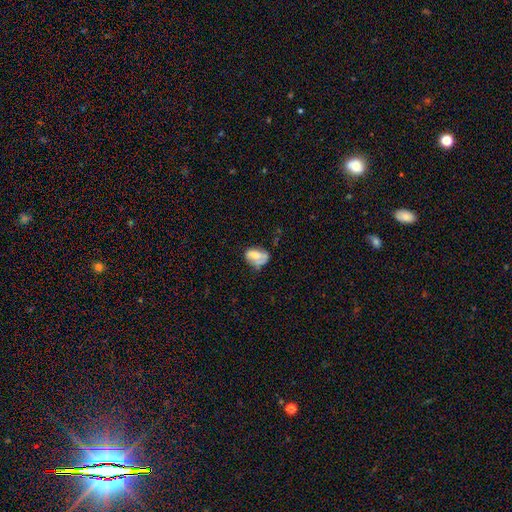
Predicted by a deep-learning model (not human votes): smooth_or_featured: smooth (p=0.57) [alt: featured or disk p=0.34]
how_rounded: in between (p=0.84) [alt: round p=0.13]
merging: none (p=0.35) [alt: minor disturbance p=0.33]